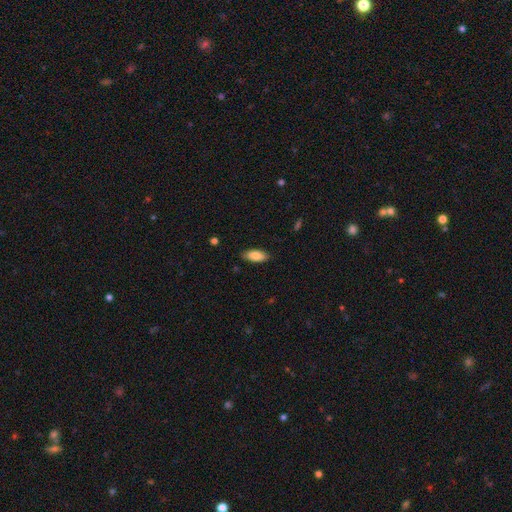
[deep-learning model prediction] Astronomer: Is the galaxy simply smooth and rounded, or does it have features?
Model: smooth — 85%.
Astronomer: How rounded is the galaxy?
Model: in between — 83%.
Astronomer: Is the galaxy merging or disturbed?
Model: none — 86%.